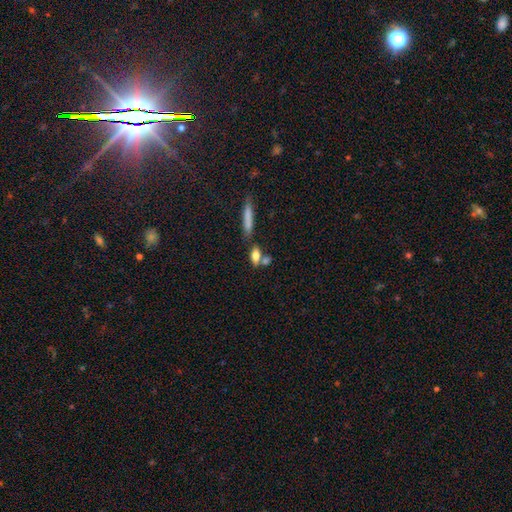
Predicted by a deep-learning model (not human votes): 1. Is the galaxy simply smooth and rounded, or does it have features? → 75% smooth, 17% featured or disk, 8% star or artifact.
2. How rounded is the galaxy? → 64% in between, 28% cigar-shaped, 8% round.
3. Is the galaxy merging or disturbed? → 51% none, 31% merger, 13% minor disturbance, 5% major disturbance.